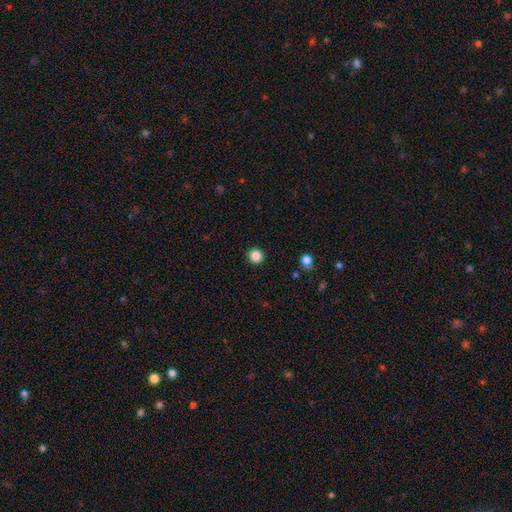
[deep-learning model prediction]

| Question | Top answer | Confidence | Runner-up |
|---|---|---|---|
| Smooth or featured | smooth | 86% | star or artifact (11%) |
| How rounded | round | 95% | in between (4%) |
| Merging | none | 93% | minor disturbance (5%) |